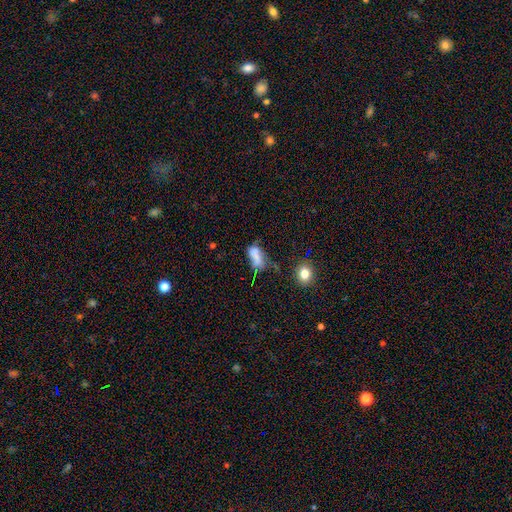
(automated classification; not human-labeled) Q: Smooth or featured?
A: smooth (55%); runner-up: featured or disk (28%)
Q: How rounded?
A: in between (79%); runner-up: cigar-shaped (13%)
Q: Merging?
A: major disturbance (34%); runner-up: none (23%)